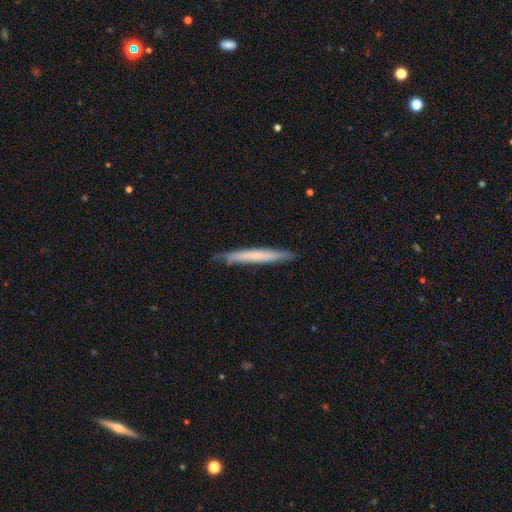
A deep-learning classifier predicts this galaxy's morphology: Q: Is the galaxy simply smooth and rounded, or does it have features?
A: smooth — 56%.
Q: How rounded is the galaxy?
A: cigar-shaped — 96%.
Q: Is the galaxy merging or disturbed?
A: none — 85%.